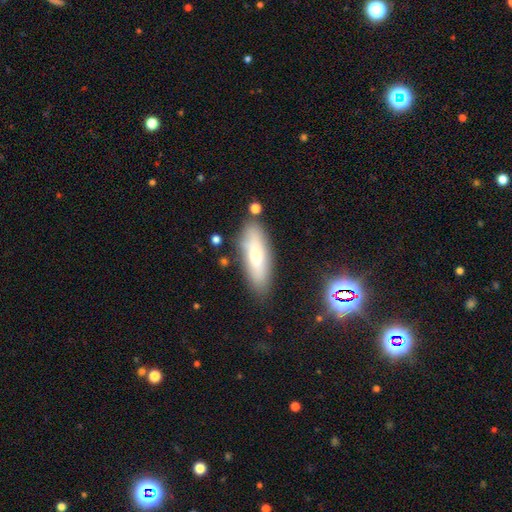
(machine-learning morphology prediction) A smooth galaxy with no disk features (61%) that is in between round and cigar-shaped (55%). Merging: none (81%).